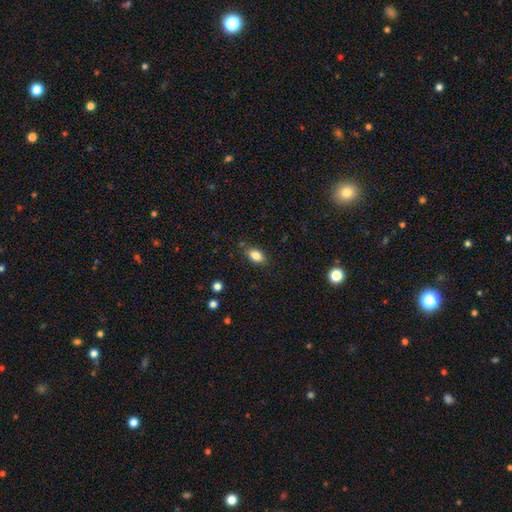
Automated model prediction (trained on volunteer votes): Smooth or featured?
  - smooth: 83% *
  - star or artifact: 9%
  - featured or disk: 8%
How rounded?
  - in between: 88% *
  - round: 10%
  - cigar-shaped: 3%
Merging?
  - none: 81% *
  - minor disturbance: 13%
  - merger: 3%
  - major disturbance: 3%